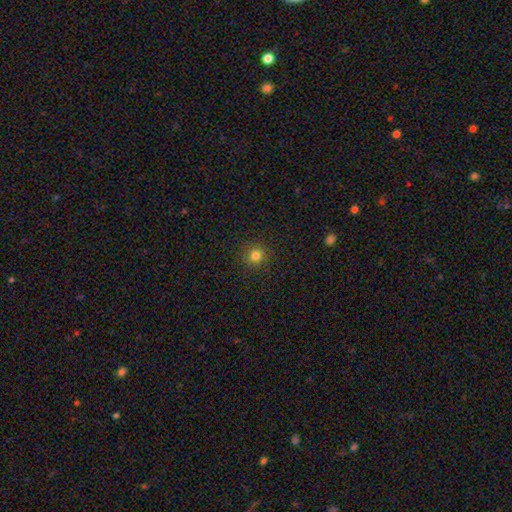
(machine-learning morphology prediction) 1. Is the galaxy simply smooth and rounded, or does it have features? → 81% smooth, 14% star or artifact, 5% featured or disk.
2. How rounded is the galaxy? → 93% round, 6% in between, 1% cigar-shaped.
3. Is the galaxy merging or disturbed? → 91% none, 6% minor disturbance, 2% major disturbance, 1% merger.